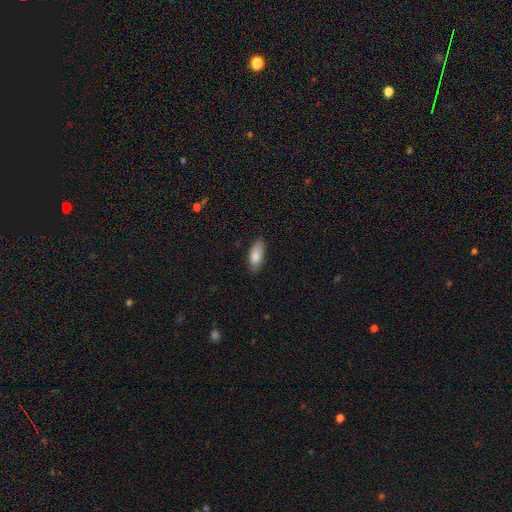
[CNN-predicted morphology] smooth_or_featured: smooth (p=0.85) [alt: featured or disk p=0.09]
how_rounded: in between (p=0.81) [alt: cigar-shaped p=0.18]
merging: none (p=0.81) [alt: minor disturbance p=0.15]